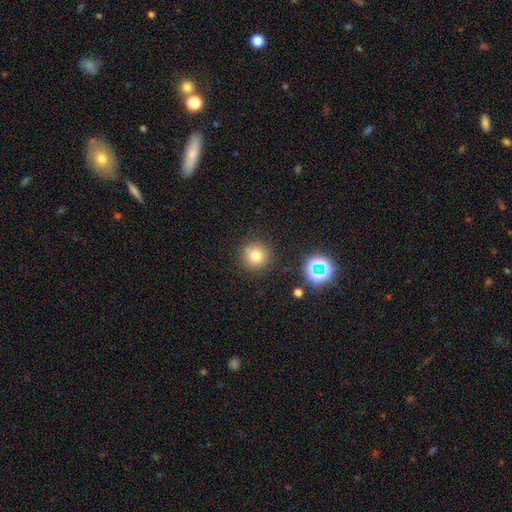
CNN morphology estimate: This appears to be a smooth galaxy with no disk features (75%) that is round (95%). Merging: none (86%).